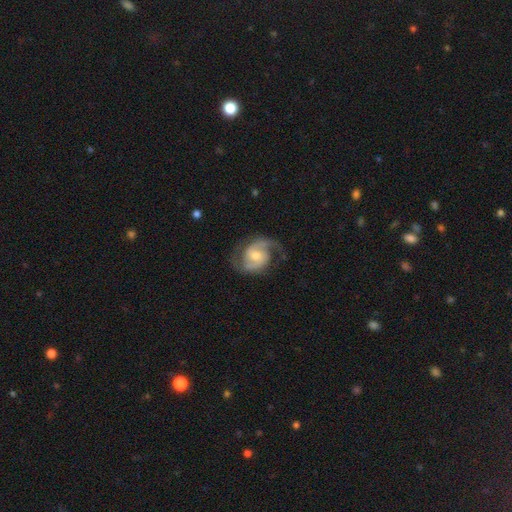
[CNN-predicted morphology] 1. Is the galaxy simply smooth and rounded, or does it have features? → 87% featured or disk, 9% smooth, 5% star or artifact.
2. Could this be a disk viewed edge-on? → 98% no, 2% yes.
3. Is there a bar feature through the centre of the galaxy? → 52% no, 39% weak, 8% strong.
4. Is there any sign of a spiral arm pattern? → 96% yes, 4% no.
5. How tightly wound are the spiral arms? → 54% medium, 24% loose, 22% tight.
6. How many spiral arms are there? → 89% 2, 4% 1, 4% can't tell, 2% 3, 1% 4, 1% more than 4.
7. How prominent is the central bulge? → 57% moderate, 36% small, 4% large, 2% none, 1% dominant.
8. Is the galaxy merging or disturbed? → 73% none, 17% minor disturbance, 10% major disturbance, 1% merger.